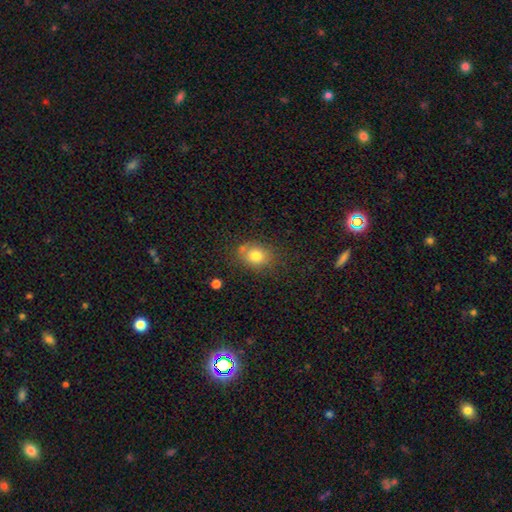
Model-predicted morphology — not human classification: Overall: smooth (79%). How rounded: round (52%; in between 47%). Merging: none (69%).